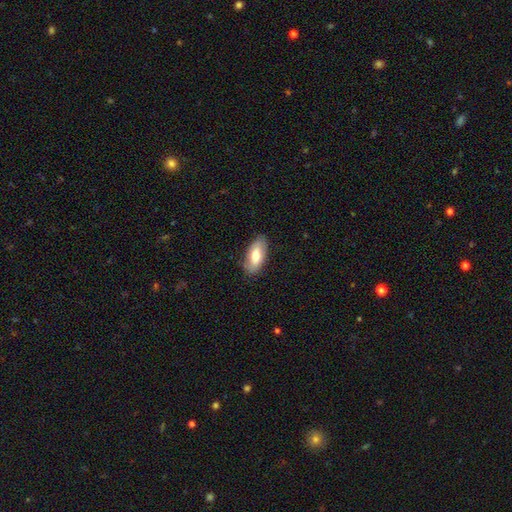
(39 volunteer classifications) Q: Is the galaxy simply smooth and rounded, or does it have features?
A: smooth — 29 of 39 (74%).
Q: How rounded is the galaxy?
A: in between — 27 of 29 (93%).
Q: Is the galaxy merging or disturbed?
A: none — 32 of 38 (84%).